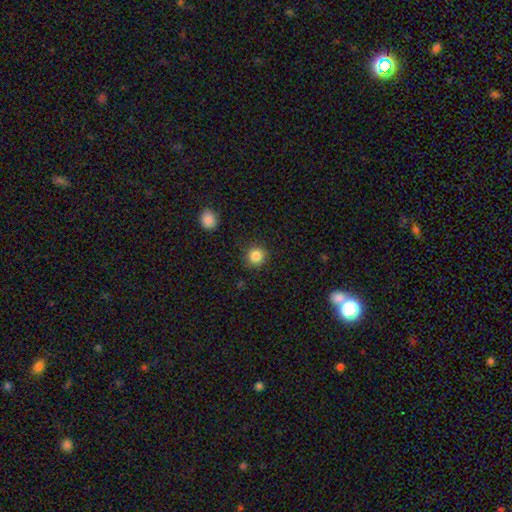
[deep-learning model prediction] This is clearly a smooth galaxy (85%). How rounded: clearly round (94%). Merging: clearly none (90%).